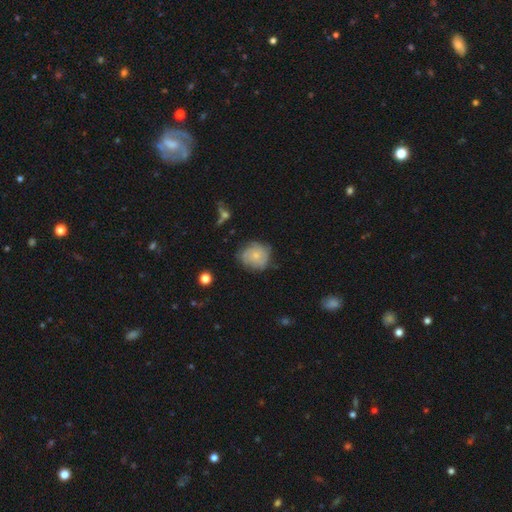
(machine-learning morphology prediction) A featured or disk galaxy (51%).

Vote fractions:
- Smooth or featured? featured or disk: 51% / smooth: 41% / star or artifact: 8%
- Edge-on disk? no: 97% / yes: 3%
- Merging? none: 68% / minor disturbance: 23% / major disturbance: 7% / merger: 2%